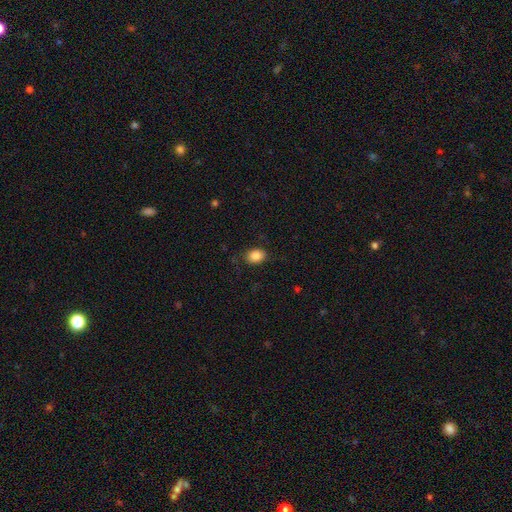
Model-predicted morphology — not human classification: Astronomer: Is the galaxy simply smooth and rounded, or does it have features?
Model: smooth — 87%.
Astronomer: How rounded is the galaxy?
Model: in between — 71%.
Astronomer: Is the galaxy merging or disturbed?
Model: none — 82%.